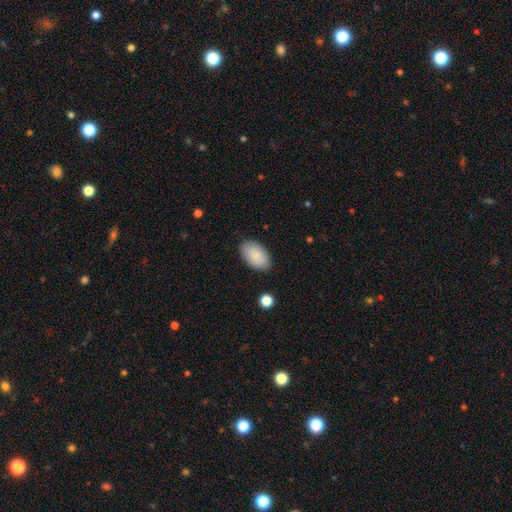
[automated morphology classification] Smooth or featured?
  - smooth: 88% *
  - featured or disk: 6%
  - star or artifact: 6%
How rounded?
  - in between: 95% *
  - round: 4%
  - cigar-shaped: 1%
Merging?
  - none: 86% *
  - minor disturbance: 10%
  - major disturbance: 2%
  - merger: 1%